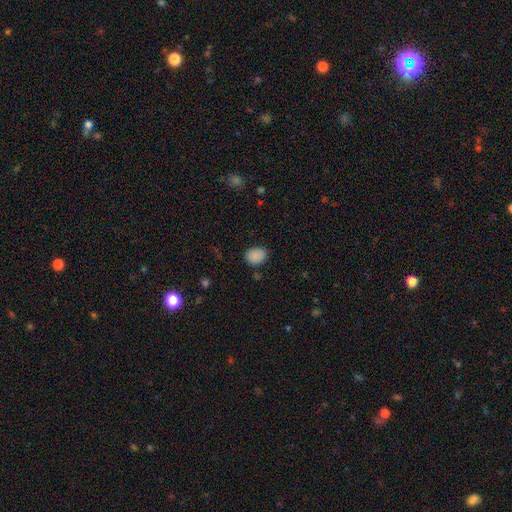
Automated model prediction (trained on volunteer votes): Smooth or featured?
  - smooth: 87% *
  - star or artifact: 9%
  - featured or disk: 3%
How rounded?
  - in between: 57% *
  - round: 42%
  - cigar-shaped: 1%
Merging?
  - none: 80% *
  - minor disturbance: 15%
  - major disturbance: 3%
  - merger: 2%